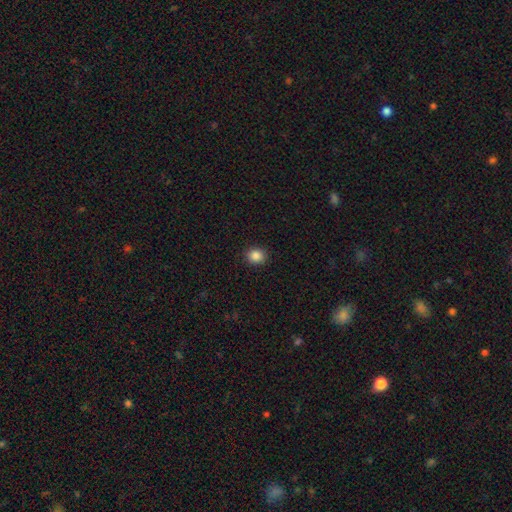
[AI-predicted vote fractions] The model was most divided on "how rounded": round: 73%, in between: 26%, cigar-shaped: 1%. More confident: merging — none (91%); smooth or featured — smooth (86%).